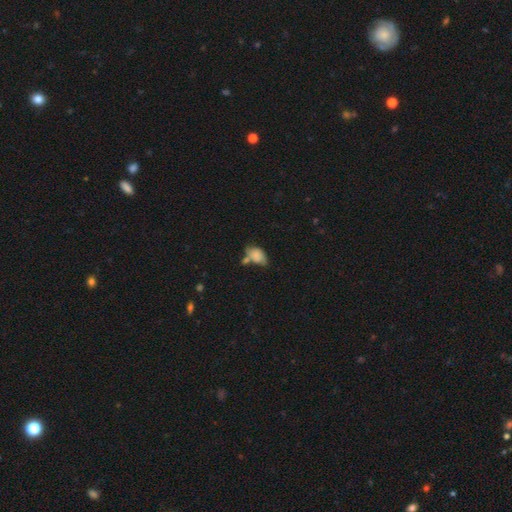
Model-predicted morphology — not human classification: Overall: smooth (79%). How rounded: in between (89%). Merging: none (38%; merger 28%).